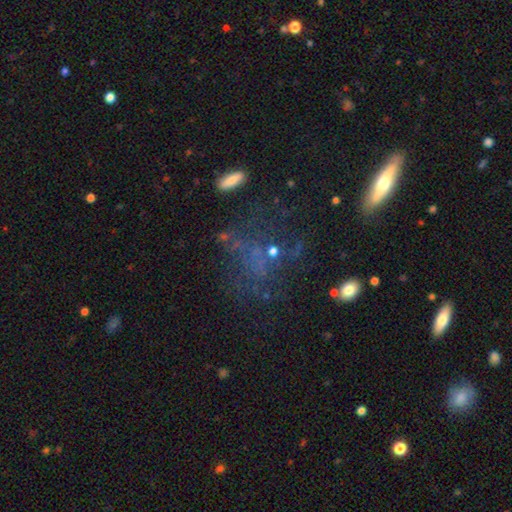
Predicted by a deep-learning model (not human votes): Smooth or featured? Predicted: featured or disk (p=0.37). Merging? Predicted: none (p=0.55).